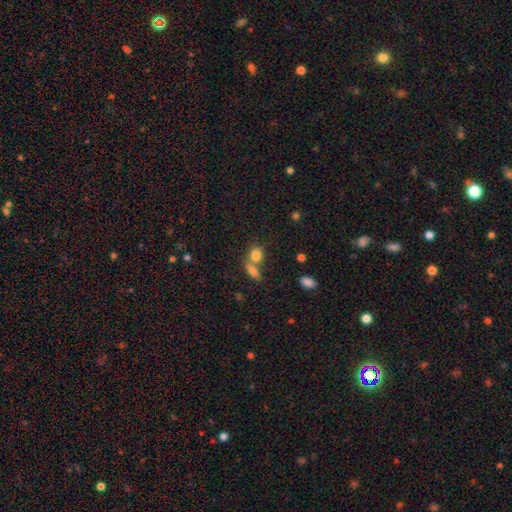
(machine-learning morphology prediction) Overall: smooth (80%). How rounded: in between (51%; round 45%). Merging: merger (47%; none 40%).